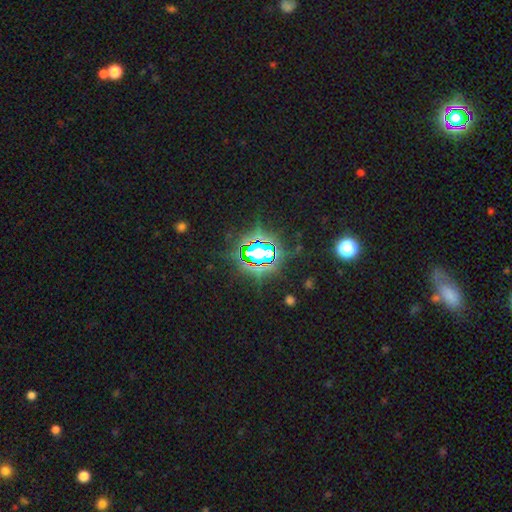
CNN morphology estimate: Smooth or featured: star or artifact — 80% (smooth — 12%)